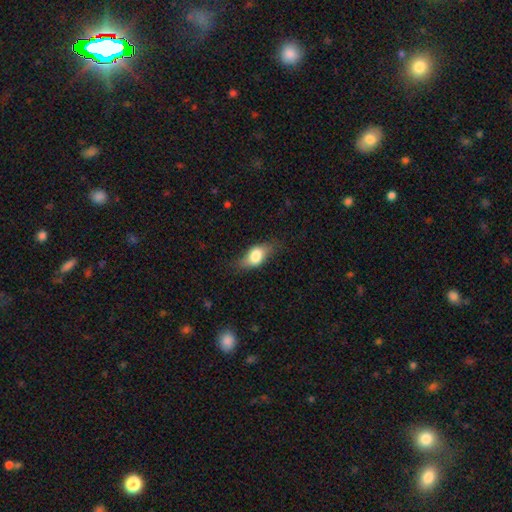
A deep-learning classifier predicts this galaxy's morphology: smooth_or_featured: smooth (p=0.69) [alt: featured or disk p=0.24]
how_rounded: in between (p=0.80) [alt: cigar-shaped p=0.11]
merging: none (p=0.68) [alt: minor disturbance p=0.23]